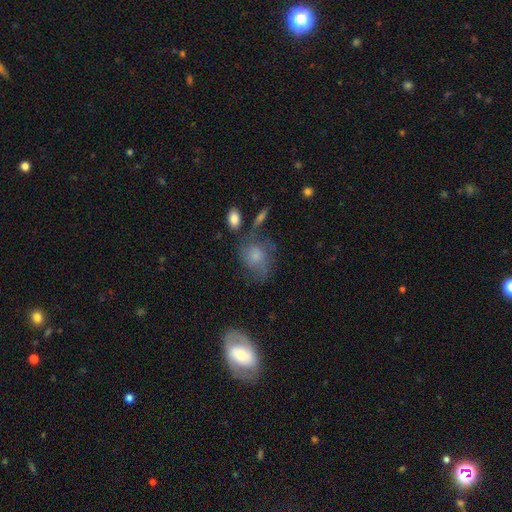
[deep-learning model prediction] Smooth or featured: smooth — 51% (featured or disk — 39%)
How rounded: round — 56% (in between — 43%)
Merging: none — 49% (minor disturbance — 25%)